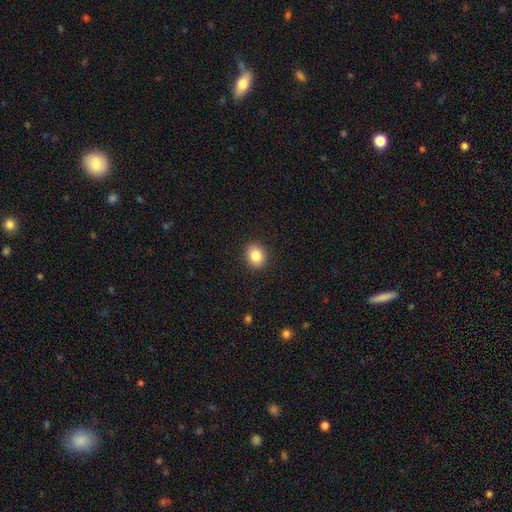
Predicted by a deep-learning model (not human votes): smooth_or_featured: smooth (p=0.84) [alt: star or artifact p=0.09]
how_rounded: round (p=0.60) [alt: in between p=0.39]
merging: none (p=0.91) [alt: minor disturbance p=0.06]